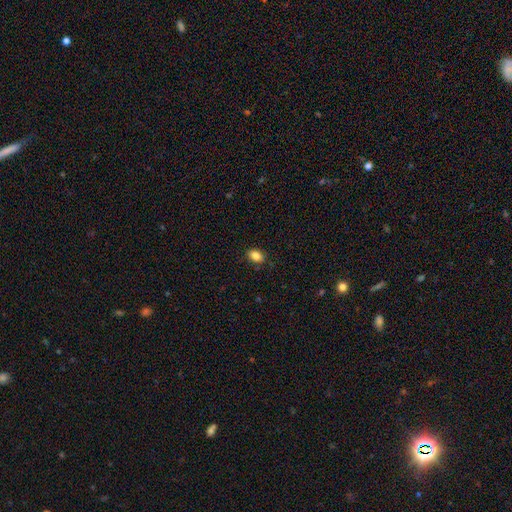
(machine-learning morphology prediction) This is clearly a smooth galaxy (85%). How rounded: clearly in between (82%). Merging: clearly none (86%).